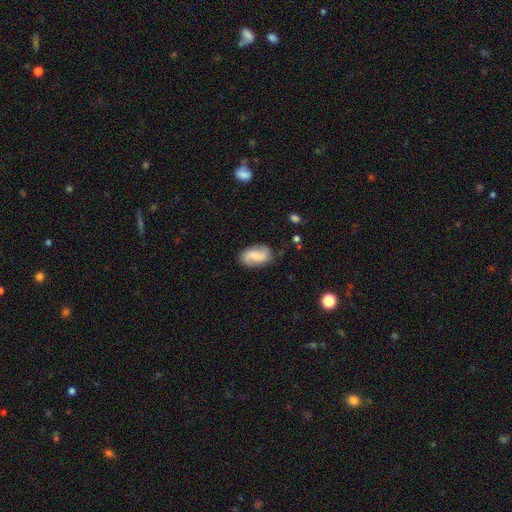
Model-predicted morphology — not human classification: Smooth or featured? Predicted: featured or disk (p=0.55). Edge-on disk? Predicted: no (p=0.96). Bar? Predicted: no (p=0.44). Spiral arms? Predicted: yes (p=0.91). Bulge size? Predicted: none (p=0.41). Merging? Predicted: none (p=0.75).